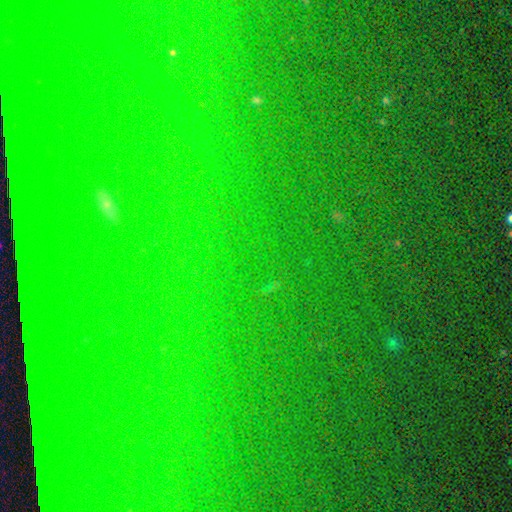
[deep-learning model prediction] Smooth or featured? star or artifact (77%)